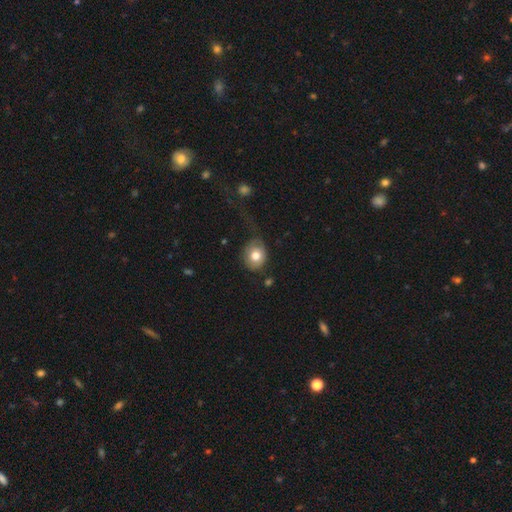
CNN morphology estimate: Overall: smooth (76%). How rounded: round (66%; in between 33%). Merging: none (52%; minor disturbance 24%).